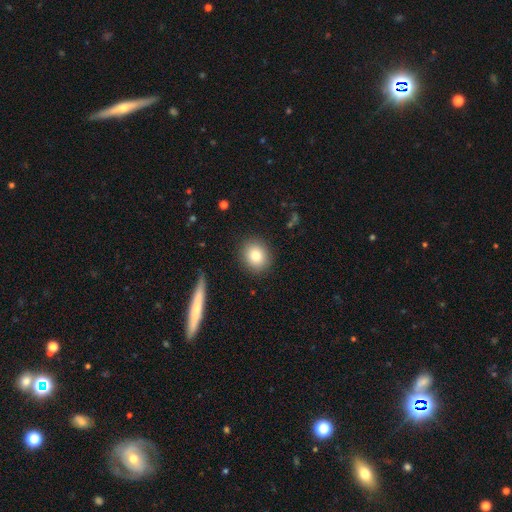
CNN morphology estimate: Smooth or featured? Predicted: smooth (p=0.81). How rounded? Predicted: round (p=0.74). Merging? Predicted: none (p=0.89).